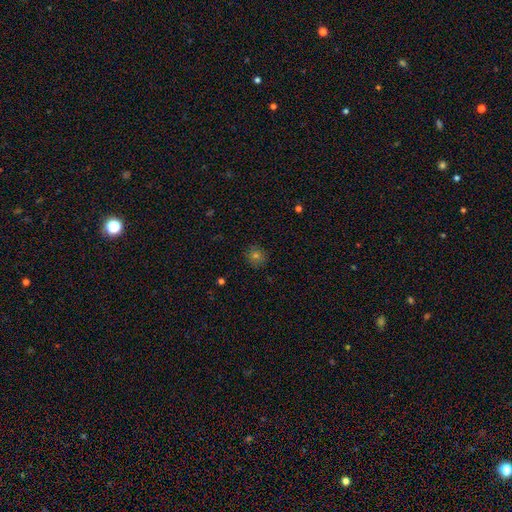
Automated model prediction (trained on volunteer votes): Smooth or featured? Predicted: smooth (p=0.71). How rounded? Predicted: round (p=0.89). Merging? Predicted: none (p=0.88).